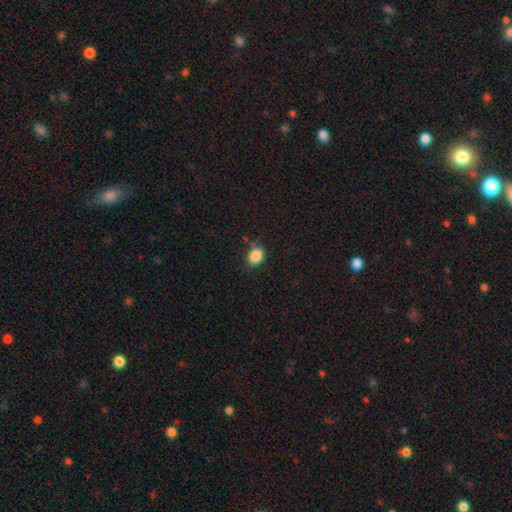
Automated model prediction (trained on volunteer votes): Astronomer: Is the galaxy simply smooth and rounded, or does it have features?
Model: smooth — 86%.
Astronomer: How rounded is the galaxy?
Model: in between — 56% (runner-up: round, 43%).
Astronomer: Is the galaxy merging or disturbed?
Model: none — 77%.